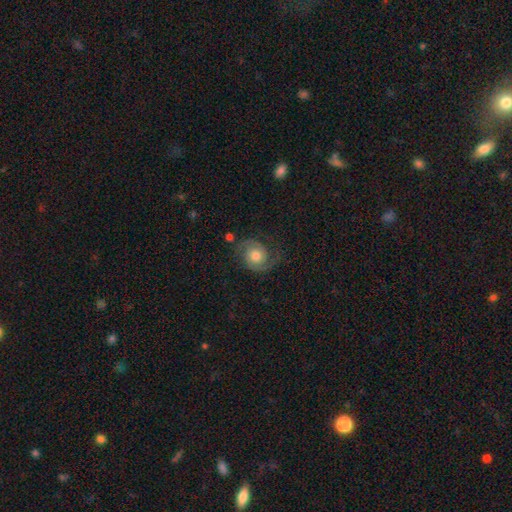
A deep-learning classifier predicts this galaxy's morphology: This appears to be a featured or disk galaxy (79%) with no bar (77%), 2 (91%) medium (47%) spiral arms (96%) and a moderate central bulge (63%). Merging: none (75%).